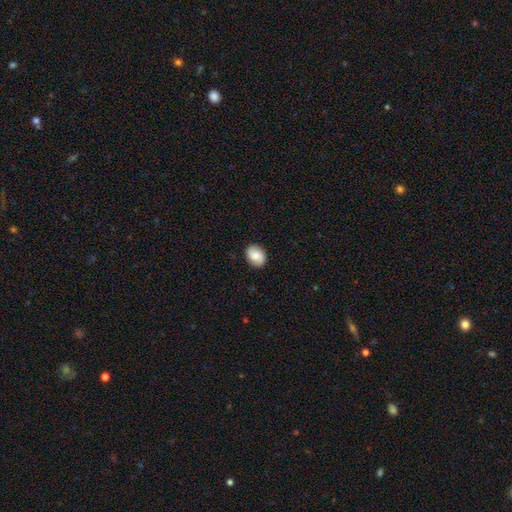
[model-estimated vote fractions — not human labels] Smooth or featured?
  - smooth: 84% *
  - featured or disk: 9%
  - star or artifact: 7%
How rounded?
  - in between: 61% *
  - round: 38%
  - cigar-shaped: 1%
Merging?
  - none: 89% *
  - minor disturbance: 8%
  - major disturbance: 2%
  - merger: 1%